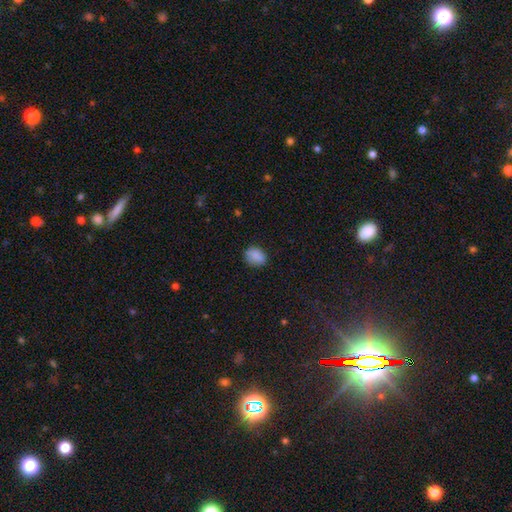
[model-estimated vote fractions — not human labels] smooth-or-featured: smooth: 86% | star or artifact: 9% | featured or disk: 5%
  how-rounded: in between: 64% | round: 34% | cigar-shaped: 1%
  merging: none: 79% | minor disturbance: 16% | major disturbance: 3% | merger: 1%